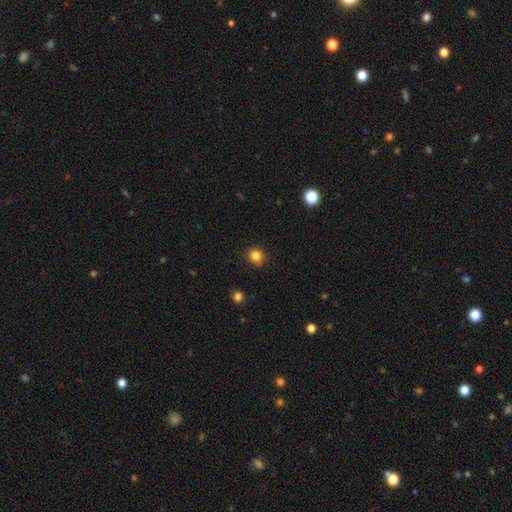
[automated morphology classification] Smooth or featured?
  - smooth: 83% *
  - star or artifact: 12%
  - featured or disk: 4%
How rounded?
  - round: 84% *
  - in between: 16%
  - cigar-shaped: 1%
Merging?
  - none: 83% *
  - minor disturbance: 13%
  - major disturbance: 2%
  - merger: 1%